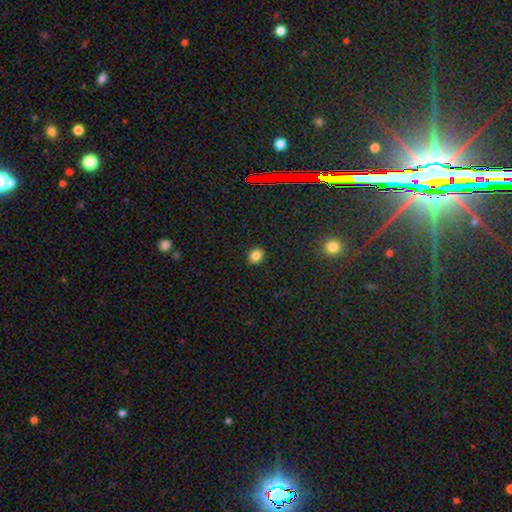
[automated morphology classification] Smooth or featured?
  - smooth: 83% *
  - star or artifact: 12%
  - featured or disk: 5%
How rounded?
  - round: 52% *
  - in between: 47%
  - cigar-shaped: 1%
Merging?
  - none: 90% *
  - minor disturbance: 7%
  - major disturbance: 2%
  - merger: 1%